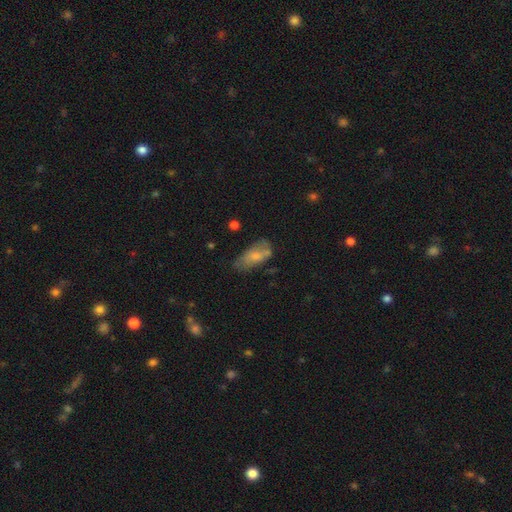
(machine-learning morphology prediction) Overall: smooth (65%; featured or disk 27%). How rounded: in between (88%). Merging: none (46%; minor disturbance 31%).